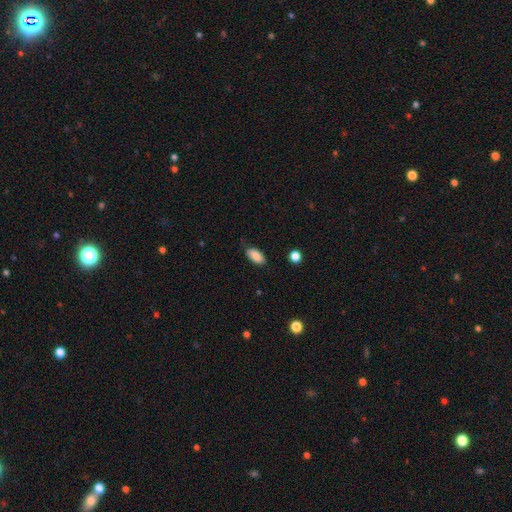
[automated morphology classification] Smooth or featured? Predicted: smooth (p=0.86). How rounded? Predicted: in between (p=0.91). Merging? Predicted: none (p=0.82).